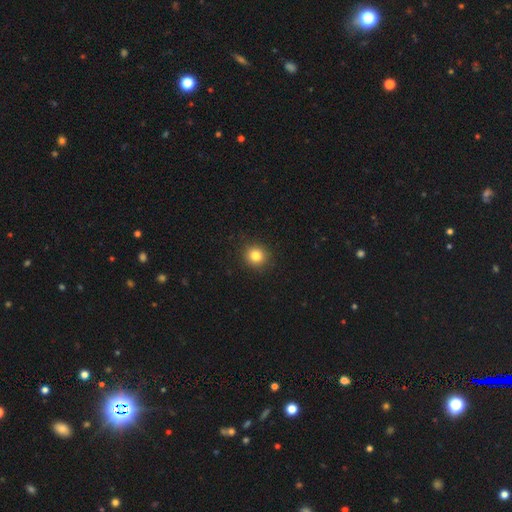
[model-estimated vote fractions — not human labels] This appears to be a smooth galaxy with no disk features (82%) that is round (90%). Merging: none (92%).